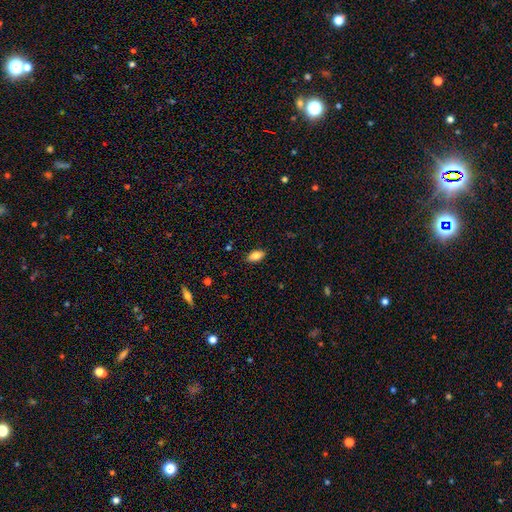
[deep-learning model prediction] Q: Smooth or featured?
A: smooth (84%); runner-up: featured or disk (8%)
Q: How rounded?
A: in between (90%); runner-up: cigar-shaped (7%)
Q: Merging?
A: none (88%); runner-up: minor disturbance (9%)